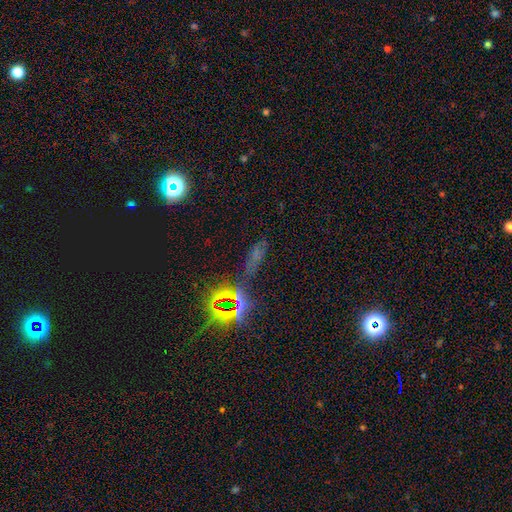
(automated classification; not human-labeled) Smooth or featured? star or artifact (61%)